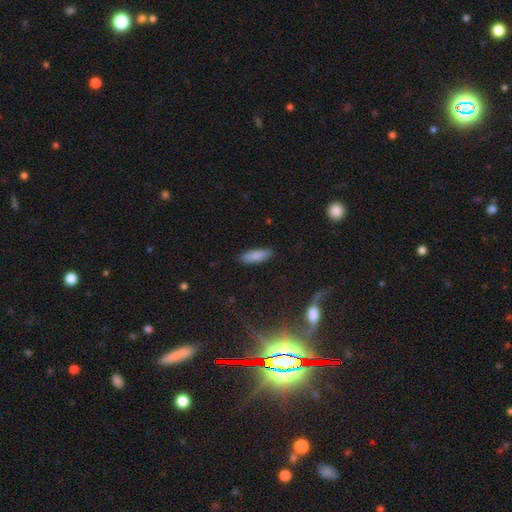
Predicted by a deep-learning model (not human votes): A smooth galaxy with no disk features (84%) that is in between round and cigar-shaped (58%). Merging: none (86%).